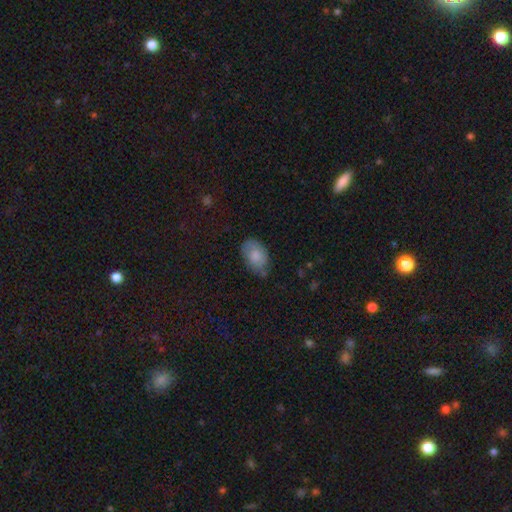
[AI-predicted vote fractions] A smooth galaxy with no disk features (81%) that is in between round and cigar-shaped (91%). Merging: none (65%).